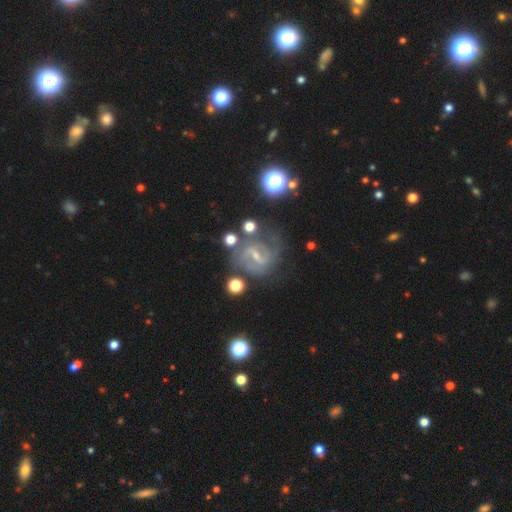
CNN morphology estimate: This is clearly a featured or disk galaxy (84%). It is clearly not viewed edge-on (97%). Bar: possibly weak (49%). Spiral arm pattern: clearly yes (94%). Spiral arm count: likely 2 (64%). Spiral winding: possibly medium (47%). Central bulge: likely small (66%). Merging: likely none (65%).